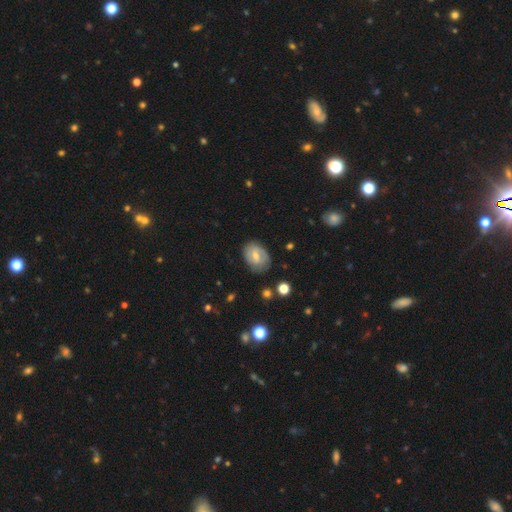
A featured or disk galaxy (49%) with a weak bar (58%), 2 (60%) medium (90%) spiral arms (53%) and a moderate central bulge (74%).

Vote fractions:
- Smooth or featured? featured or disk: 49% / smooth: 44% / star or artifact: 8%
- Edge-on disk? no: 100% / yes: 0%
- Bar? weak: 58% / strong: 26% / no: 16%
- Spiral arms? yes: 53% / no: 47%
- Spiral winding? medium: 90% / tight: 10% / loose: 0%
- Spiral arm count? 2: 60% / can't tell: 30% / 1: 10% / 3: 0% / 4: 0% / more than 4: 0%
- Bulge size? moderate: 74% / small: 26% / dominant: 0% / large: 0% / none: 0%
- Merging? none: 50% / minor disturbance: 33% / major disturbance: 17% / merger: 0%